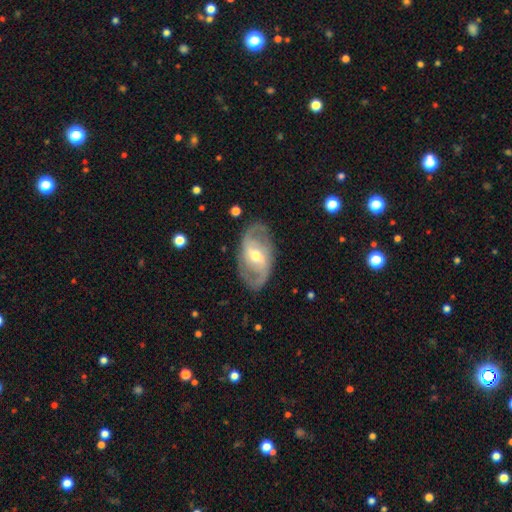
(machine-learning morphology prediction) smooth-or-featured: featured or disk: 81% | smooth: 14% | star or artifact: 5%
  disk-edge-on: no: 95% | yes: 5%
    bar: weak: 46% | no: 29% | strong: 24%
    has-spiral-arms: yes: 87% | no: 13%
      spiral-winding: medium: 47% | loose: 27% | tight: 26%
      spiral-arm-count: 2: 82% | can't tell: 10% | 3: 3% | 1: 2% | 4: 1% | more than 4: 1%
    bulge-size: moderate: 63% | small: 32% | large: 4% | none: 1% | dominant: 1%
  merging: none: 80% | minor disturbance: 13% | major disturbance: 5% | merger: 1%